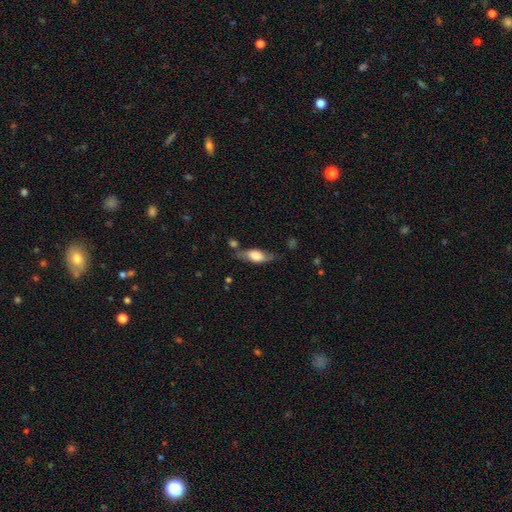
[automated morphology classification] smooth-or-featured: smooth: 52% | featured or disk: 41% | star or artifact: 7%
  how-rounded: in between: 70% | cigar-shaped: 26% | round: 4%
  merging: none: 62% | minor disturbance: 23% | major disturbance: 9% | merger: 6%